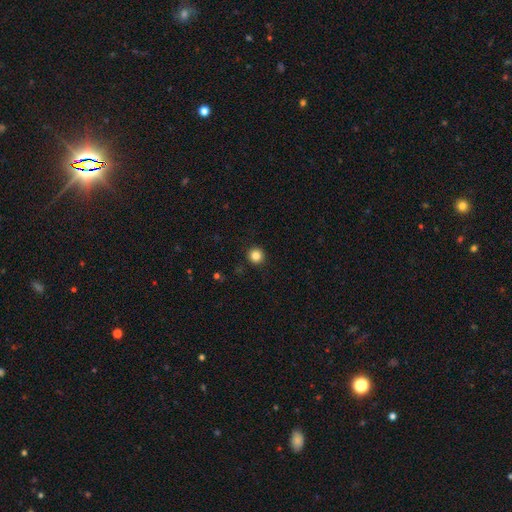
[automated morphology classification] Overall: smooth (84%). How rounded: round (96%). Merging: none (93%).